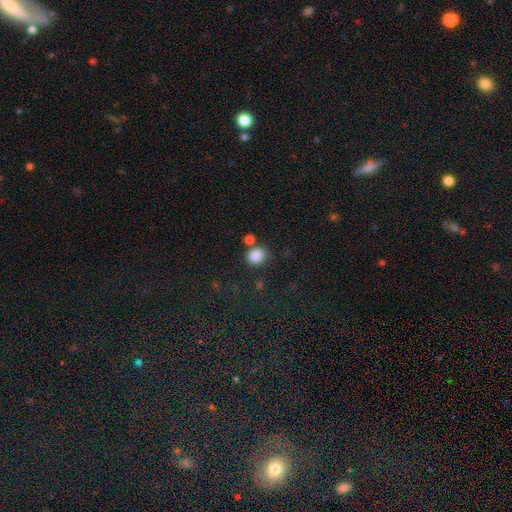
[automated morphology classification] A smooth galaxy with no disk features (86%) that is round (68%). Merging: none (66%).